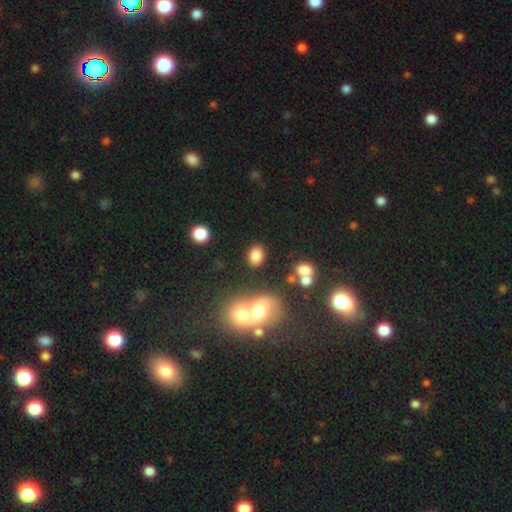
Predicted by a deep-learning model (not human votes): Overall: smooth (81%). How rounded: in between (63%; round 36%). Merging: none (75%).